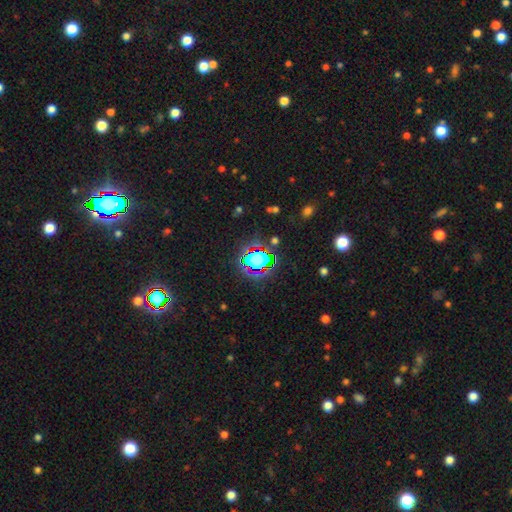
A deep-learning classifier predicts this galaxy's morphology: This is possibly a star or artifact rather than a galaxy (58%).